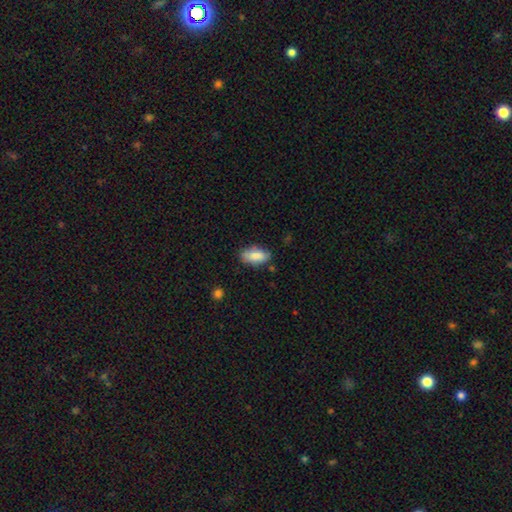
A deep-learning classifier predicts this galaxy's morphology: Smooth or featured: smooth — 83% (featured or disk — 10%)
How rounded: in between — 88% (cigar-shaped — 9%)
Merging: none — 72% (minor disturbance — 21%)